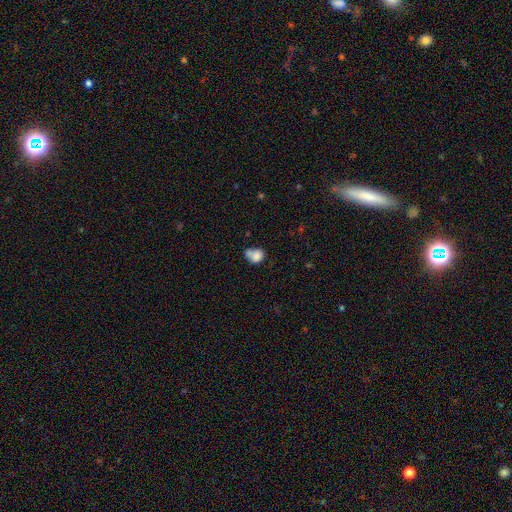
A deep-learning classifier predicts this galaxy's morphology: type=smooth (78%); roundness=in between (58%); merging=merger (39%).